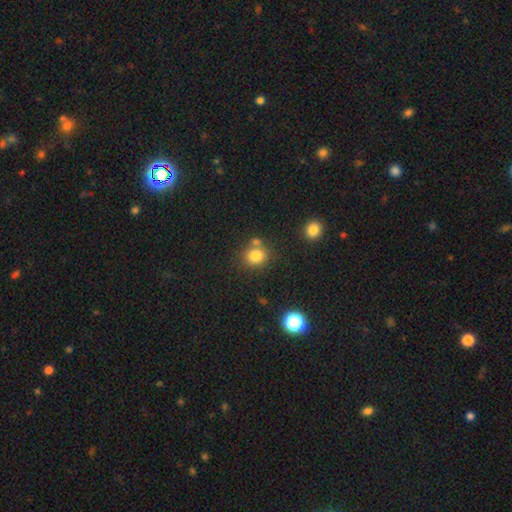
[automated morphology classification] Overall: smooth (81%). How rounded: round (78%). Merging: none (65%).